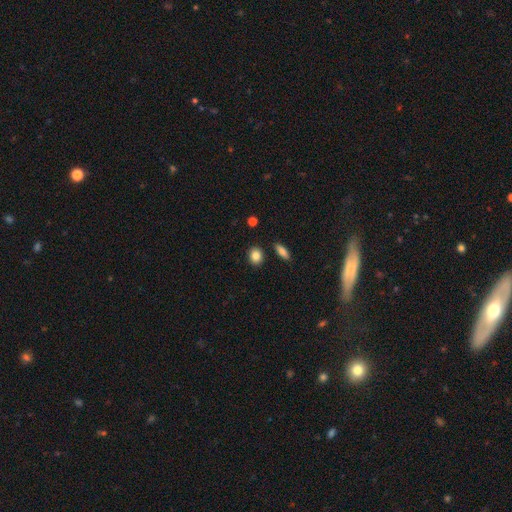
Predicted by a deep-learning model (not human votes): Smooth or featured? smooth (85%)
How rounded? round (55%)
Merging? none (86%)